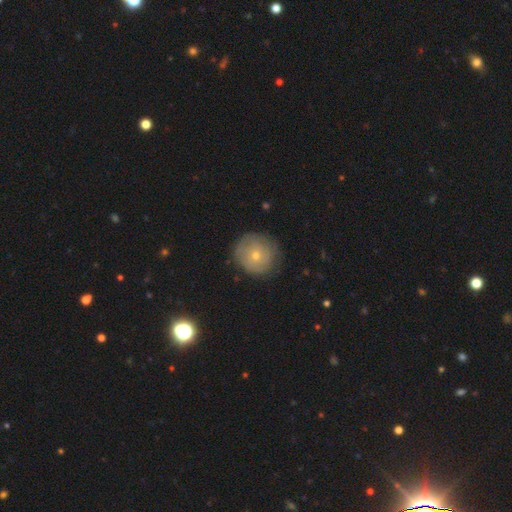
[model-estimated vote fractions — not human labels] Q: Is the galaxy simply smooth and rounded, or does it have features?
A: smooth — 58%.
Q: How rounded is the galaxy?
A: round — 92%.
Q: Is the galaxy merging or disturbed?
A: none — 77%.